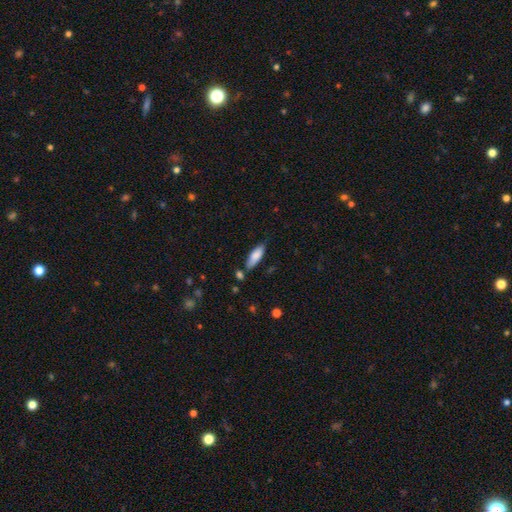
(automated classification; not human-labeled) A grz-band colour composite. It shows a smooth galaxy with no disk features (83%) that is in between round and cigar-shaped (61%). Merging: none (71%).